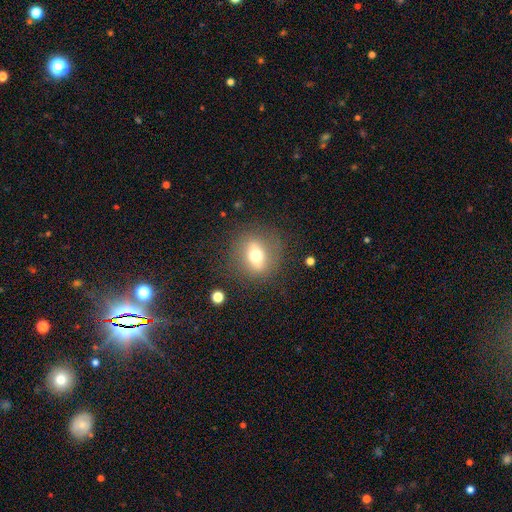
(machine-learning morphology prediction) Overall: smooth (58%; featured or disk 32%). How rounded: round (57%; in between 40%). Merging: none (81%).